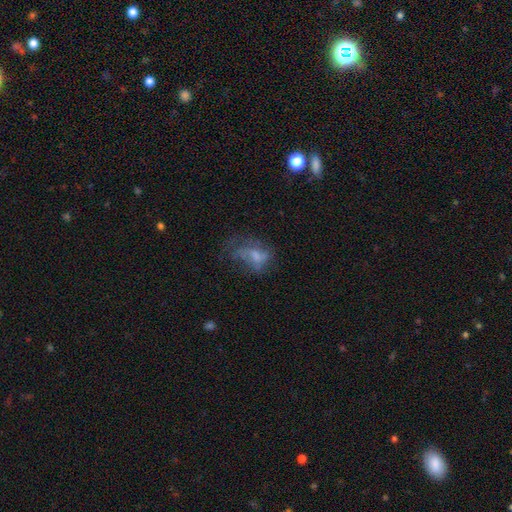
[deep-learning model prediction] Smooth or featured? Predicted: featured or disk (p=0.44). Merging? Predicted: none (p=0.38).